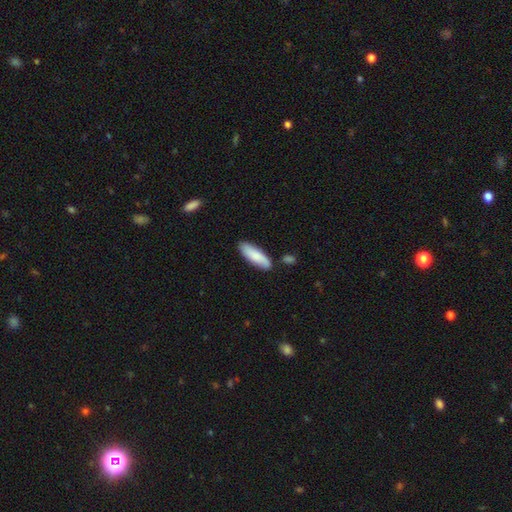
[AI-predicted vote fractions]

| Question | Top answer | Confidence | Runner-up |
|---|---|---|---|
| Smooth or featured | smooth | 79% | featured or disk (16%) |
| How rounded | in between | 52% | cigar-shaped (46%) |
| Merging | none | 80% | minor disturbance (14%) |